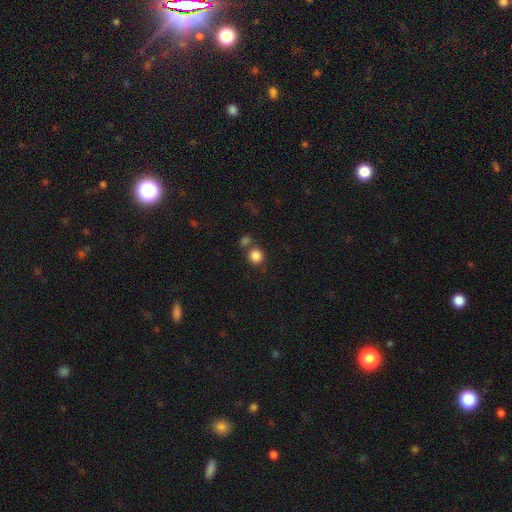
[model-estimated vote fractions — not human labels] Morphology: type=smooth (85%); roundness=round (89%); merging=none (67%).